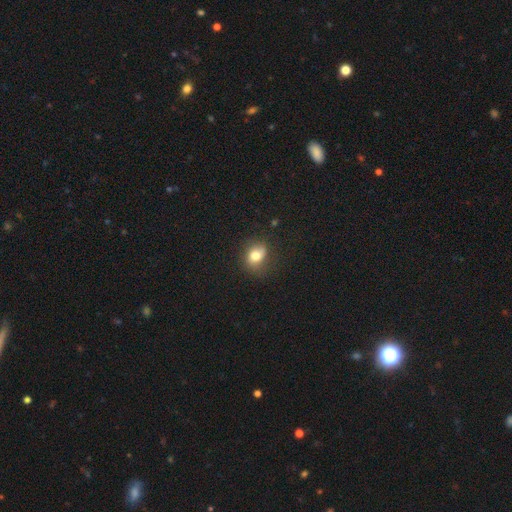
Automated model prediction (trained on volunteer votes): Smooth or featured? Predicted: smooth (p=0.75). How rounded? Predicted: in between (p=0.54). Merging? Predicted: none (p=0.62).